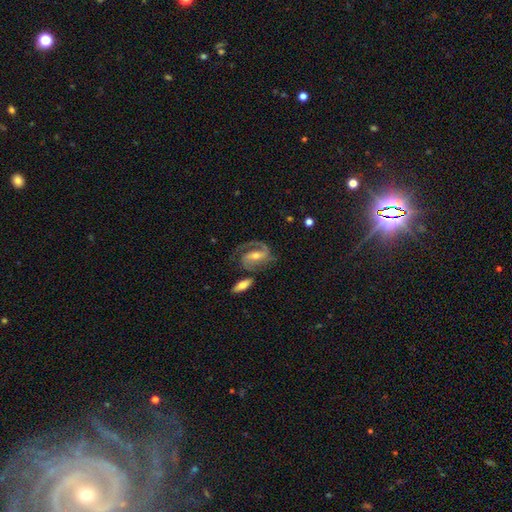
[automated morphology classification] A featured or disk galaxy (87%) with a weak bar (40%), 2 (77%) medium (53%) spiral arms (97%) and a moderate central bulge (55%). Merging: none (64%).